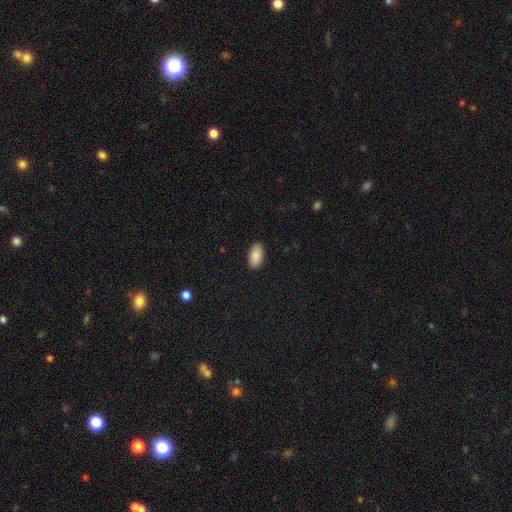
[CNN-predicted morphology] Smooth or featured: smooth — 89% (star or artifact — 6%)
How rounded: in between — 95% (round — 3%)
Merging: none — 90% (minor disturbance — 8%)